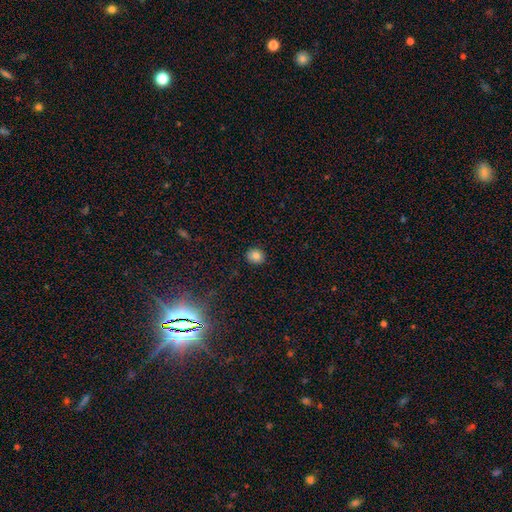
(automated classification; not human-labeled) smooth-or-featured: smooth: 81% | star or artifact: 12% | featured or disk: 7%
  how-rounded: round: 83% | in between: 16% | cigar-shaped: 1%
  merging: none: 90% | minor disturbance: 7% | major disturbance: 2% | merger: 1%